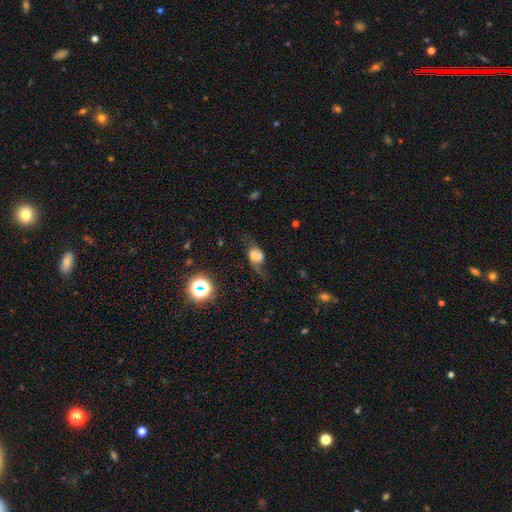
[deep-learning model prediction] Q: Smooth or featured?
A: featured or disk (44%); runner-up: smooth (42%)
Q: Merging?
A: none (43%); runner-up: major disturbance (30%)